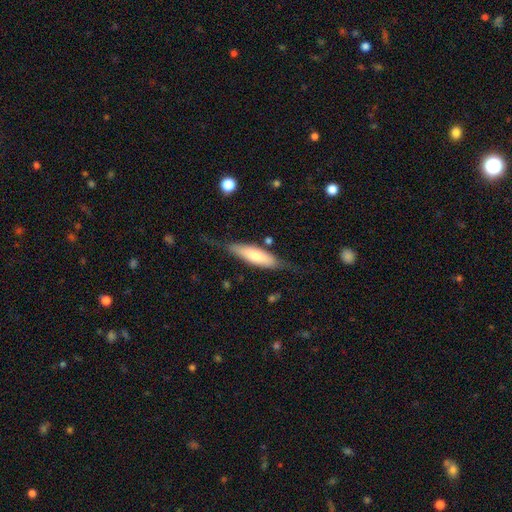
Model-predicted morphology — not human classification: smooth_or_featured: smooth (p=0.63) [alt: featured or disk p=0.31]
how_rounded: cigar-shaped (p=0.58) [alt: in between p=0.40]
merging: none (p=0.66) [alt: minor disturbance p=0.22]